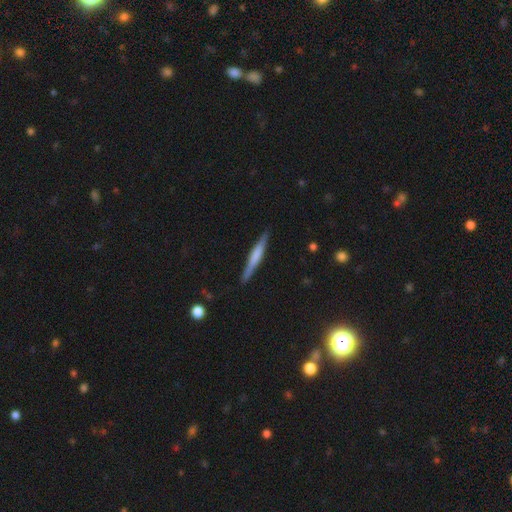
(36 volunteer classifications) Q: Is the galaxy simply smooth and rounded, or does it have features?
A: featured or disk — 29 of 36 (81%).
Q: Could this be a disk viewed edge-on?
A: yes — 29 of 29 (100%).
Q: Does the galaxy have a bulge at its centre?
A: rounded — 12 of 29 (41%).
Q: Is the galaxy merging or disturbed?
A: none — 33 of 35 (94%).